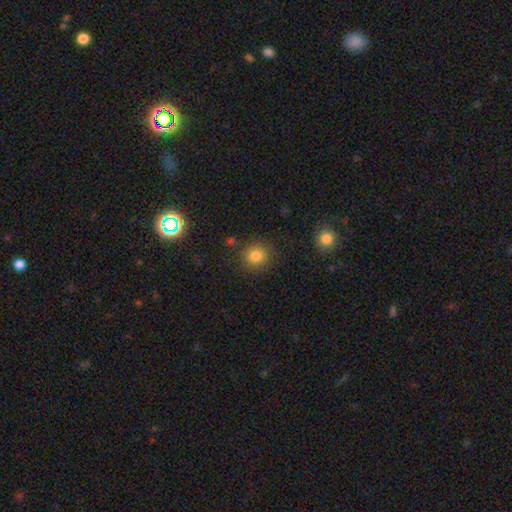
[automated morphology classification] Smooth or featured? smooth (83%)
How rounded? round (89%)
Merging? none (85%)